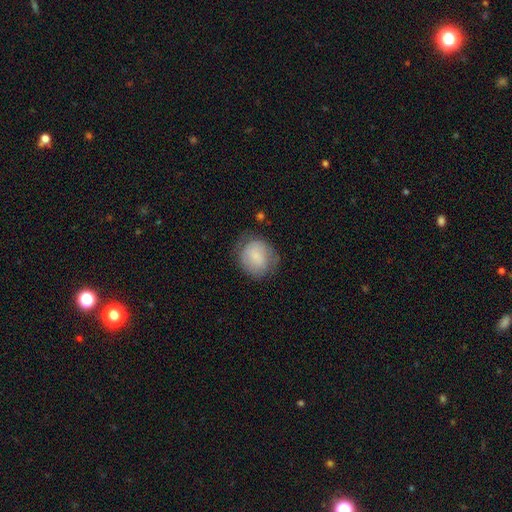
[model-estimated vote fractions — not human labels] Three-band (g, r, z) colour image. It shows a smooth galaxy with no disk features (77%) that is round (70%). Merging: none (64%).